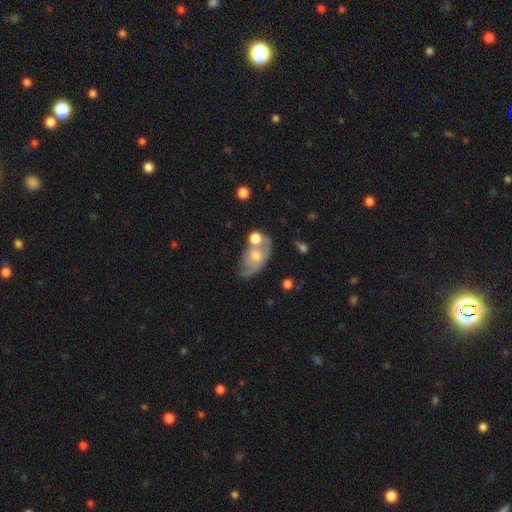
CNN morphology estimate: type=smooth (48%); merging=none (38%).